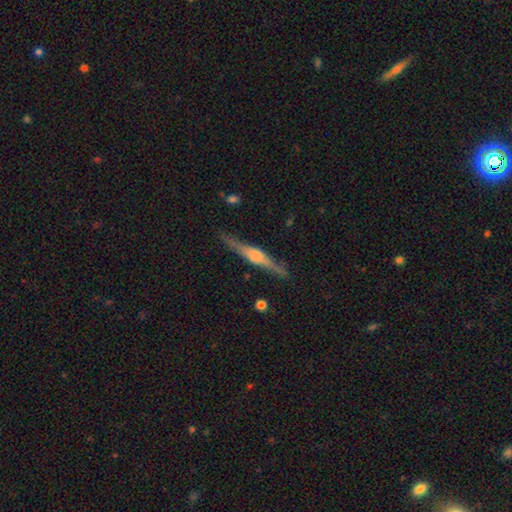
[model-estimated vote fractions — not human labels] Smooth or featured? featured or disk (76%)
Edge-on disk? yes (97%)
Edge-on bulge? rounded (71%)
Merging? none (86%)